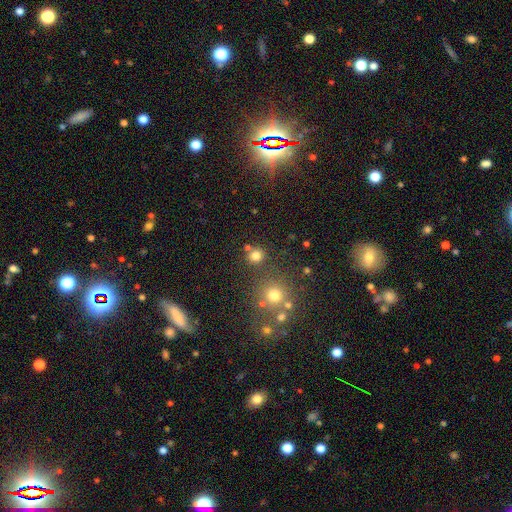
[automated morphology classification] Smooth or featured: smooth — 77% (star or artifact — 17%)
How rounded: round — 92% (in between — 7%)
Merging: none — 78% (merger — 11%)